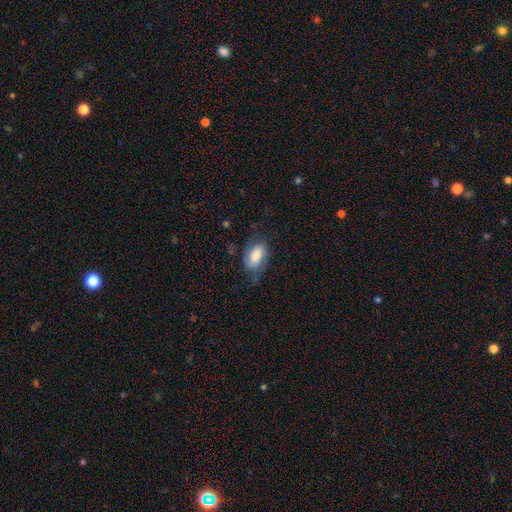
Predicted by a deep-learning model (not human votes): smooth_or_featured: smooth (p=0.67) [alt: featured or disk p=0.26]
how_rounded: in between (p=0.92) [alt: round p=0.06]
merging: none (p=0.56) [alt: minor disturbance p=0.27]